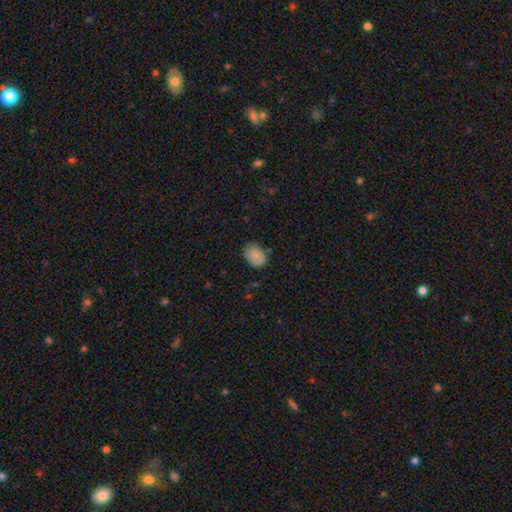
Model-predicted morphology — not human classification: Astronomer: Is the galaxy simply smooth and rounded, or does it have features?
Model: smooth — 82%.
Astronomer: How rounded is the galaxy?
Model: in between — 74%.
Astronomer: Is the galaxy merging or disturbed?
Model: none — 71%.